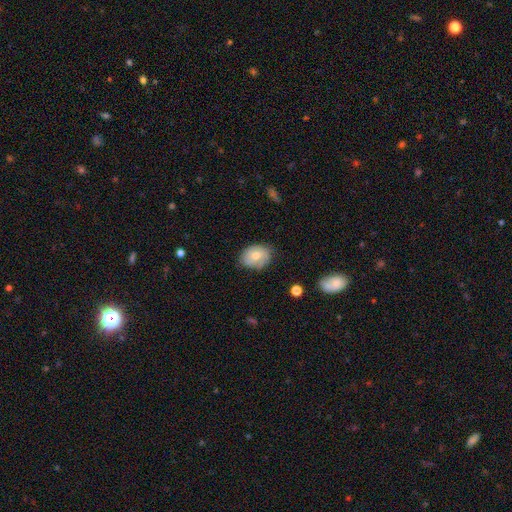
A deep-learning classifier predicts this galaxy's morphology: This appears to be a smooth galaxy with no disk features (67%) that is in between round and cigar-shaped (66%). Merging: none (72%).